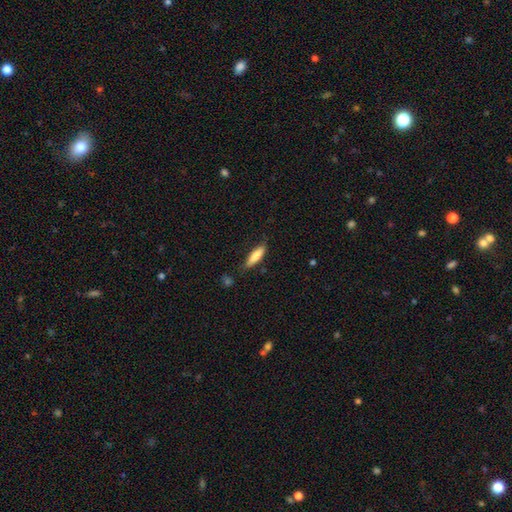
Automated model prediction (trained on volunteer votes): Smooth or featured? Predicted: smooth (p=0.75). How rounded? Predicted: cigar-shaped (p=0.64). Merging? Predicted: none (p=0.78).